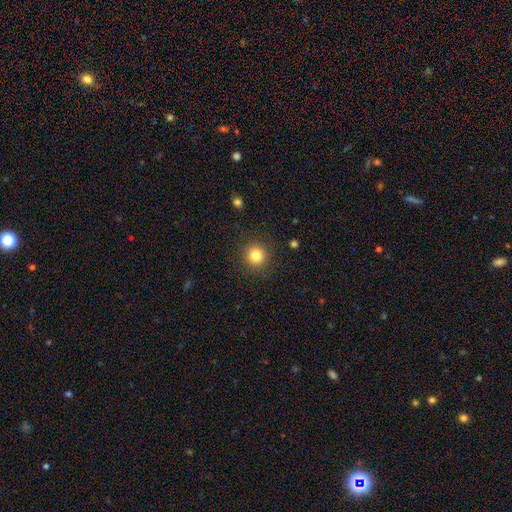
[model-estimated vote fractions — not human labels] Smooth or featured? smooth (82%)
How rounded? round (94%)
Merging? none (90%)